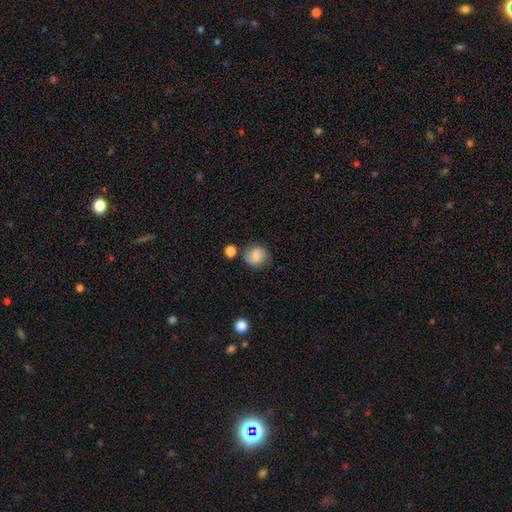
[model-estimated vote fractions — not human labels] Morphology: type=smooth (77%); roundness=round (85%); merging=none (73%).